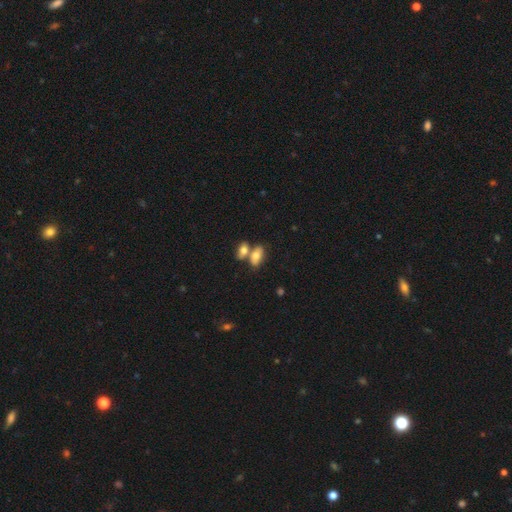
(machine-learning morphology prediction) A smooth galaxy with no disk features (76%) that is in between round and cigar-shaped (88%).

Vote fractions:
- Smooth or featured? smooth: 76% / featured or disk: 17% / star or artifact: 8%
- How rounded? in between: 88% / round: 6% / cigar-shaped: 6%
- Merging? merger: 47% / none: 39% / minor disturbance: 10% / major disturbance: 4%